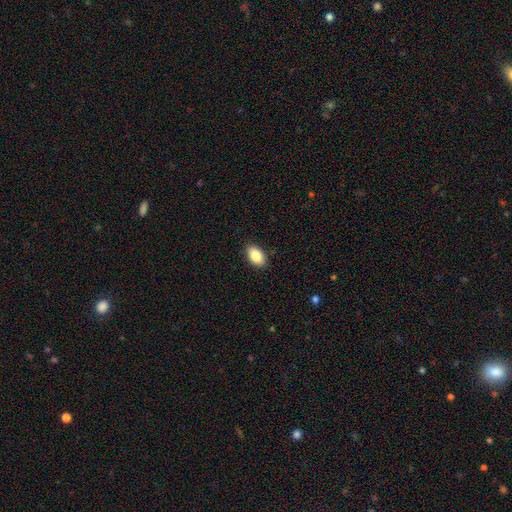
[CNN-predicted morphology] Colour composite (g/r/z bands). It shows a smooth galaxy with no disk features (85%) that is in between round and cigar-shaped (92%). Merging: none (89%).